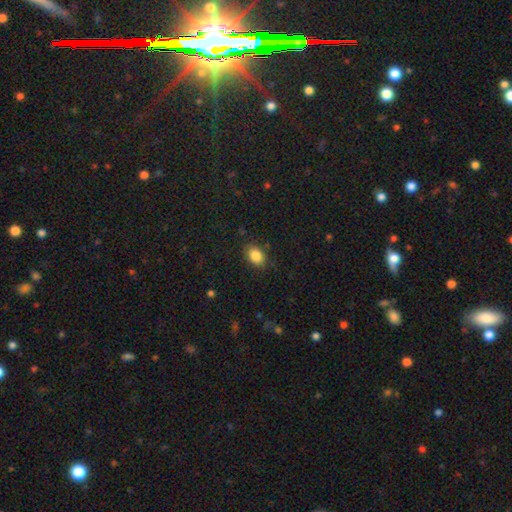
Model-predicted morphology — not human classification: A smooth galaxy with no disk features (86%) that is in between round and cigar-shaped (80%). Merging: none (85%).